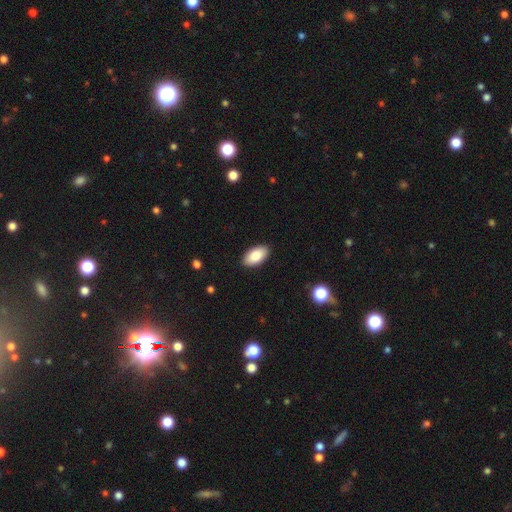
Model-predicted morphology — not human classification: The model was most divided on "smooth or featured": smooth: 85%, featured or disk: 9%, star or artifact: 6%. More confident: how rounded — in between (95%); merging — none (90%).